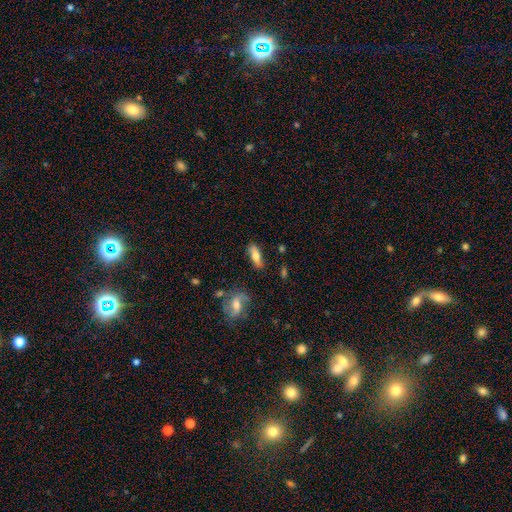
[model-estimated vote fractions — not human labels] smooth_or_featured: smooth (p=0.68) [alt: featured or disk p=0.26]
how_rounded: in between (p=0.58) [alt: cigar-shaped p=0.39]
merging: none (p=0.81) [alt: minor disturbance p=0.13]